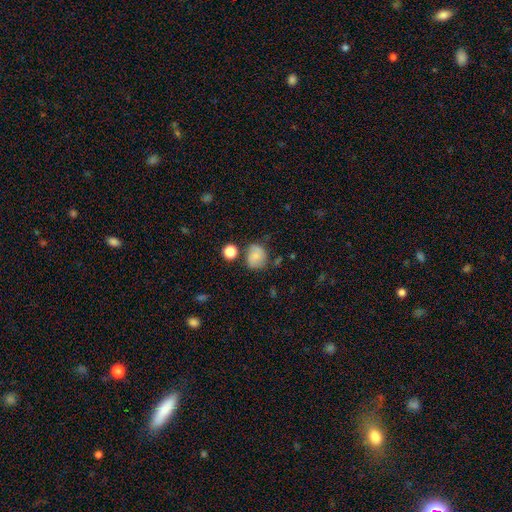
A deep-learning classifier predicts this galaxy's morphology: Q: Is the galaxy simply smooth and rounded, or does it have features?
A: smooth — 67%.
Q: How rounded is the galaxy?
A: round — 73%.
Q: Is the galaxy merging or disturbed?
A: none — 61%.